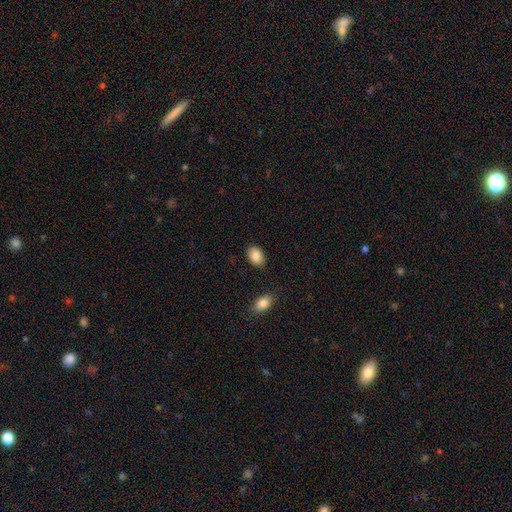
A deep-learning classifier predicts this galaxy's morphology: type=smooth (89%); roundness=in between (87%); merging=none (86%).